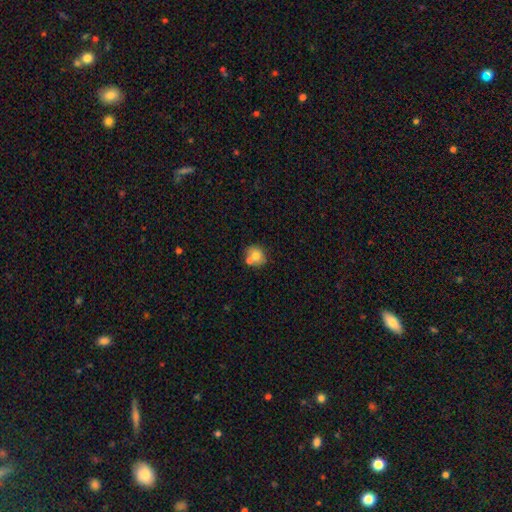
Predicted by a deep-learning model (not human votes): The model was most divided on "merging": none: 52%, merger: 33%, minor disturbance: 11%, major disturbance: 3%. More confident: how rounded — round (74%); smooth or featured — smooth (72%).